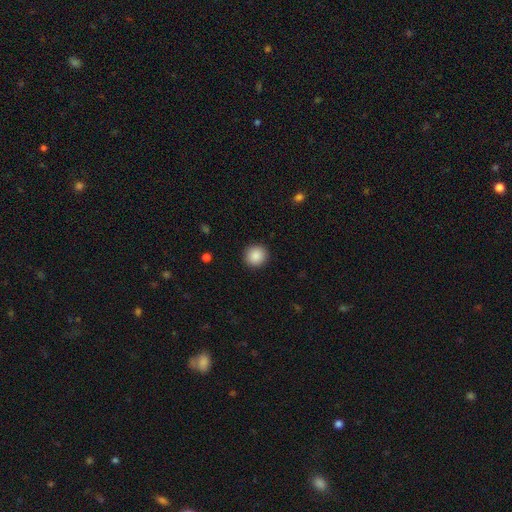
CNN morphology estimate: Smooth or featured? Predicted: smooth (p=0.89). How rounded? Predicted: round (p=0.91). Merging? Predicted: none (p=0.92).